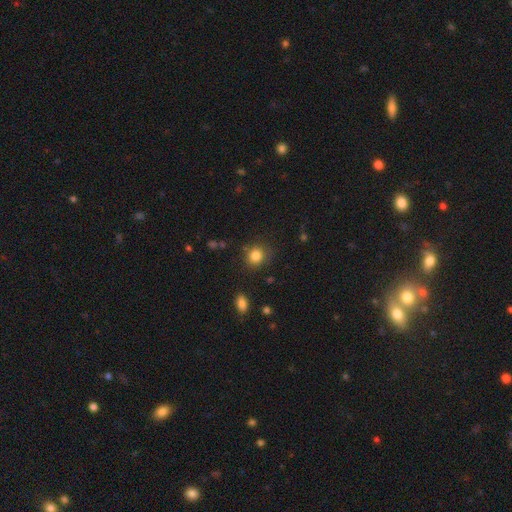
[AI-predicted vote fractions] This appears to be a smooth galaxy with no disk features (84%) that is round (80%). Merging: none (82%).